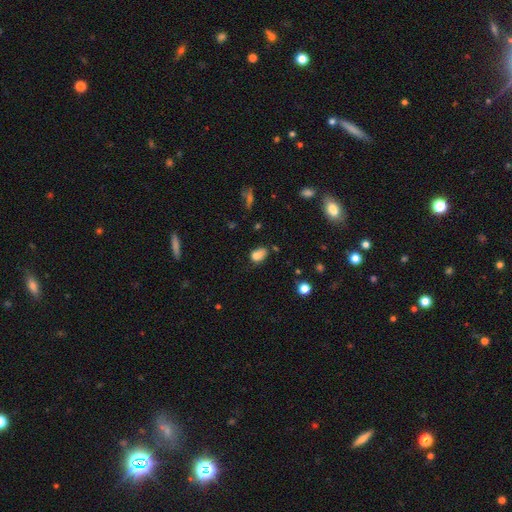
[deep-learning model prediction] Q: Smooth or featured?
A: smooth (80%); runner-up: star or artifact (11%)
Q: How rounded?
A: in between (82%); runner-up: round (16%)
Q: Merging?
A: none (47%); runner-up: minor disturbance (35%)